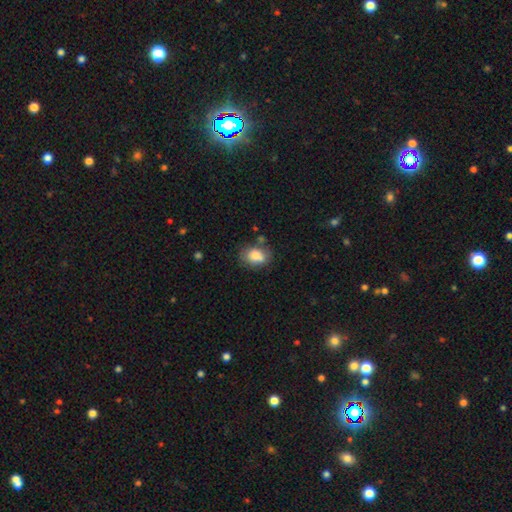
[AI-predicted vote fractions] A smooth galaxy with no disk features (79%) that is in between round and cigar-shaped (63%).

Vote fractions:
- Smooth or featured? smooth: 79% / featured or disk: 12% / star or artifact: 9%
- How rounded? in between: 63% / round: 35% / cigar-shaped: 1%
- Merging? none: 60% / minor disturbance: 21% / merger: 13% / major disturbance: 6%